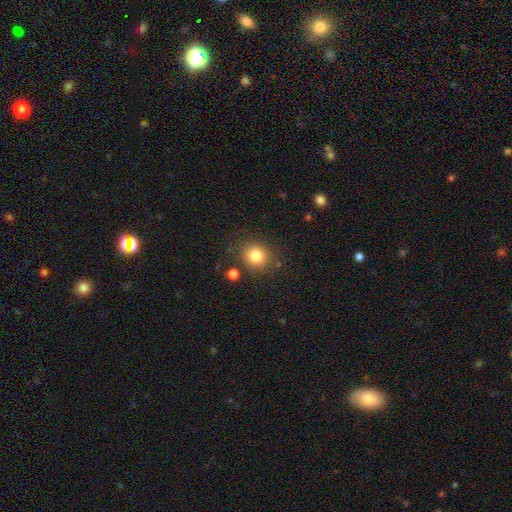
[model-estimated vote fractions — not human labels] smooth-or-featured: smooth: 82% | star or artifact: 11% | featured or disk: 7%
  how-rounded: round: 77% | in between: 23% | cigar-shaped: 1%
  merging: none: 82% | minor disturbance: 10% | merger: 4% | major disturbance: 3%